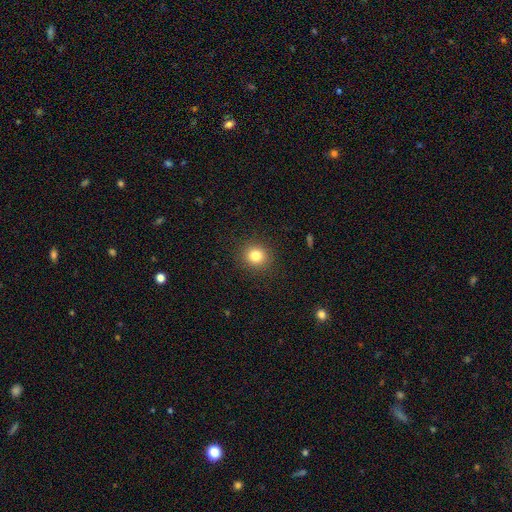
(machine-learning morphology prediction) A smooth galaxy with no disk features (82%) that is round (88%).

Vote fractions:
- Smooth or featured? smooth: 82% / star or artifact: 12% / featured or disk: 6%
- How rounded? round: 88% / in between: 12% / cigar-shaped: 1%
- Merging? none: 91% / minor disturbance: 6% / major disturbance: 2% / merger: 1%